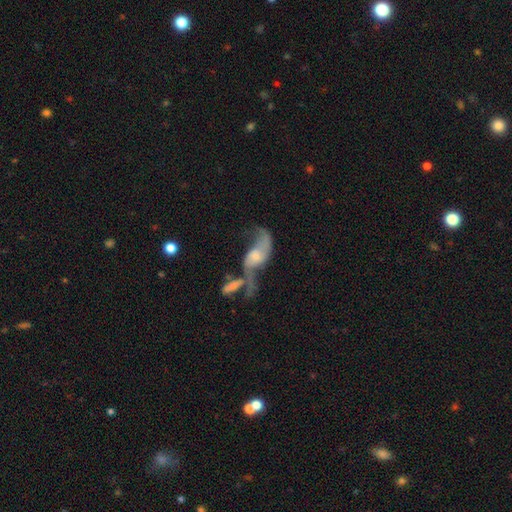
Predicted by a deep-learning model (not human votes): Smooth or featured?
  - featured or disk: 73% *
  - smooth: 18%
  - star or artifact: 9%
Edge-on disk?
  - no: 90% *
  - yes: 10%
Bar?
  - no: 62% *
  - weak: 30%
  - strong: 8%
Spiral arms?
  - yes: 83% *
  - no: 17%
Spiral winding?
  - loose: 77% *
  - medium: 17%
  - tight: 5%
Spiral arm count?
  - 2: 75% *
  - 1: 12%
  - can't tell: 9%
  - 3: 1%
  - 4: 1%
  - more than 4: 1%
Bulge size?
  - moderate: 40% *
  - small: 34%
  - none: 15%
  - large: 9%
  - dominant: 2%
Merging?
  - merger: 53% *
  - none: 19%
  - major disturbance: 18%
  - minor disturbance: 10%